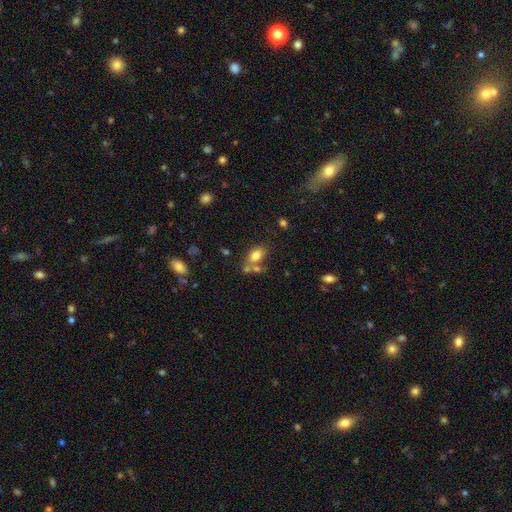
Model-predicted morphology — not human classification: This is likely a smooth galaxy (78%). How rounded: likely in between (79%). Merging: possibly none (52%).